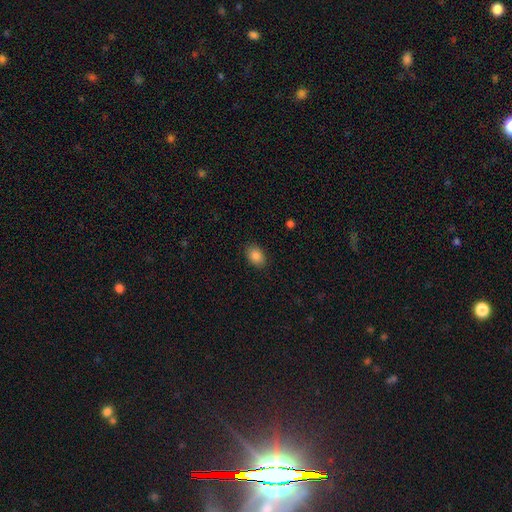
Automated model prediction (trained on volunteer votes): smooth 86%, star or artifact 8%, featured or disk 5%. Down the decision tree: how rounded — in between (81%); merging — none (88%).